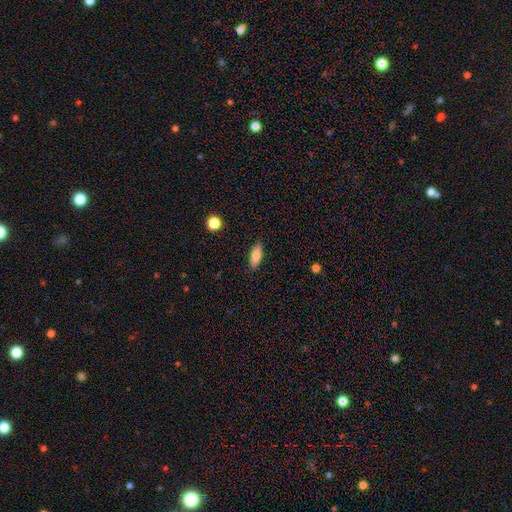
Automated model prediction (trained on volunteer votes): Overall: smooth (79%). How rounded: in between (58%; cigar-shaped 39%). Merging: none (88%).